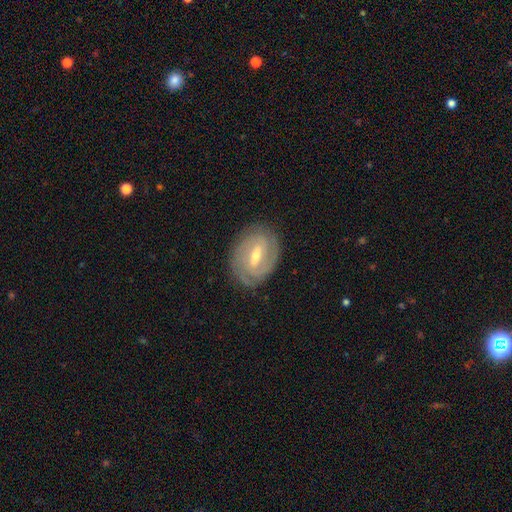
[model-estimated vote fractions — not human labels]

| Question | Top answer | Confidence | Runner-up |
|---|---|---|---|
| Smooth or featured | featured or disk | 81% | smooth (13%) |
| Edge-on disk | no | 95% | yes (5%) |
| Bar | strong | 47% | weak (43%) |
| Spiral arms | yes | 90% | no (10%) |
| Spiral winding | tight | 64% | medium (29%) |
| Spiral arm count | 2 | 61% | can't tell (19%) |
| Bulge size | moderate | 49% | small (46%) |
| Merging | none | 82% | minor disturbance (13%) |